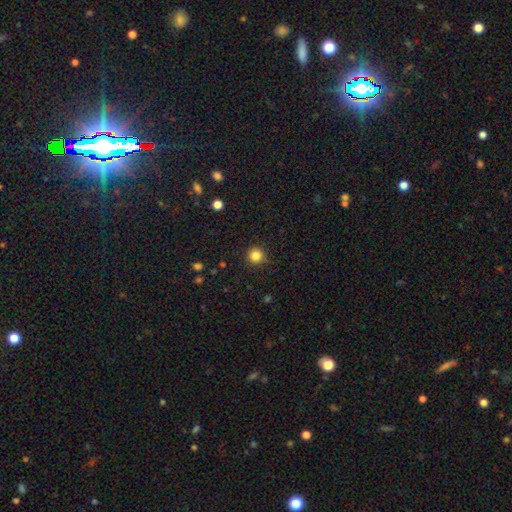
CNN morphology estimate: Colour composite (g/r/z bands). It shows a smooth galaxy with no disk features (84%) that is round (95%). Merging: none (91%).